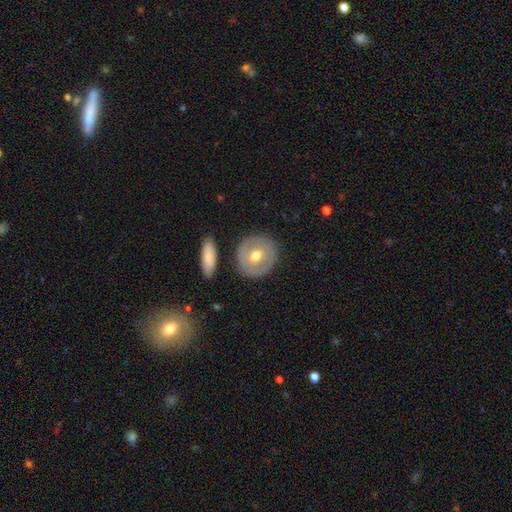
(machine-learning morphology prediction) This appears to be a smooth galaxy with no disk features (50%). Merging: none (83%).